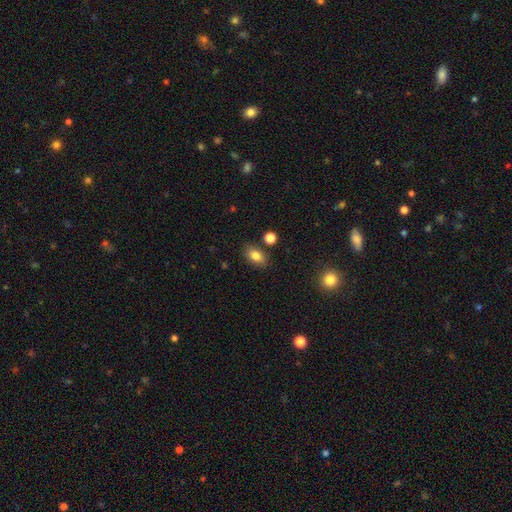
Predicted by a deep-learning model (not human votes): A smooth galaxy with no disk features (83%) that is in between round and cigar-shaped (85%).

Vote fractions:
- Smooth or featured? smooth: 83% / star or artifact: 9% / featured or disk: 8%
- How rounded? in between: 85% / round: 12% / cigar-shaped: 2%
- Merging? none: 82% / minor disturbance: 11% / merger: 5% / major disturbance: 3%